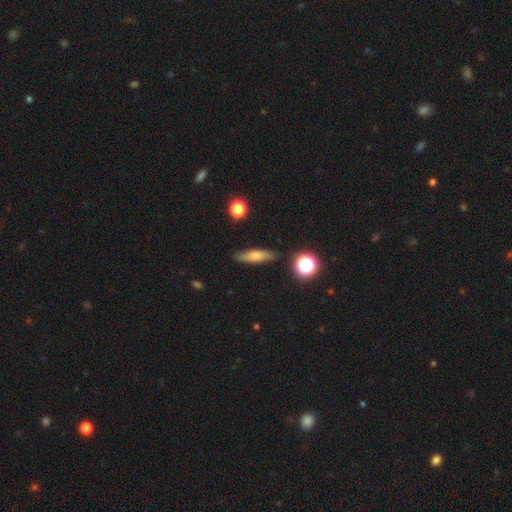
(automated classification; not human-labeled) This is likely a smooth galaxy (65%). How rounded: likely cigar-shaped (71%). Merging: clearly none (86%).